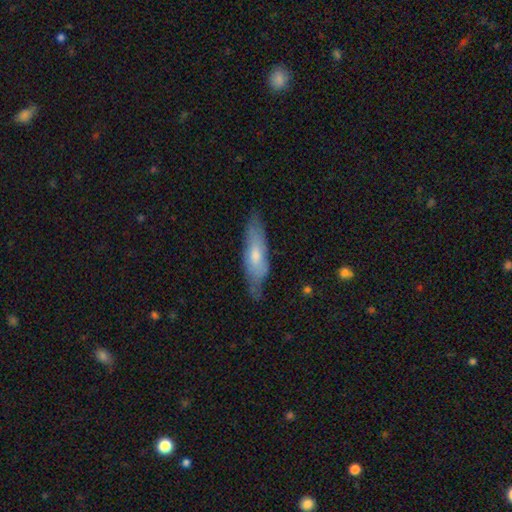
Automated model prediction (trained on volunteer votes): This is possibly a smooth galaxy (55%). How rounded: likely cigar-shaped (60%). Merging: likely none (70%).